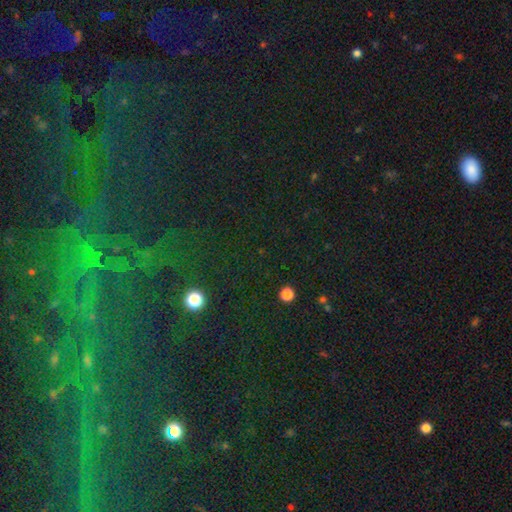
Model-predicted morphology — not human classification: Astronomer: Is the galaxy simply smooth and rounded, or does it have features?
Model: star or artifact — 71%.